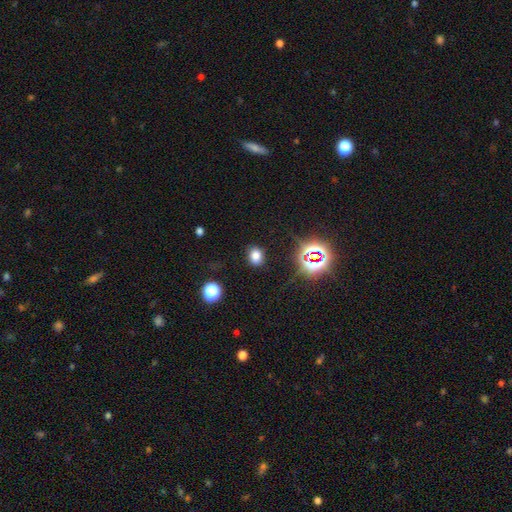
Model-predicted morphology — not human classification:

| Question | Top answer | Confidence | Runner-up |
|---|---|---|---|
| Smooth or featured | smooth | 73% | star or artifact (20%) |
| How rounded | in between | 52% | round (47%) |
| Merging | none | 85% | minor disturbance (10%) |